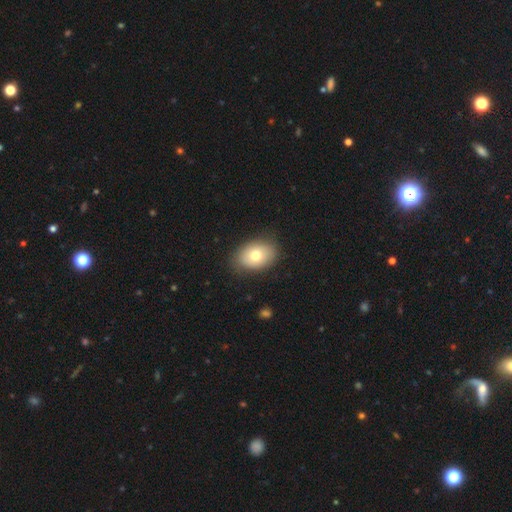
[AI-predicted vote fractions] Smooth or featured: smooth — 75% (featured or disk — 17%)
How rounded: in between — 83% (round — 16%)
Merging: none — 83% (minor disturbance — 13%)